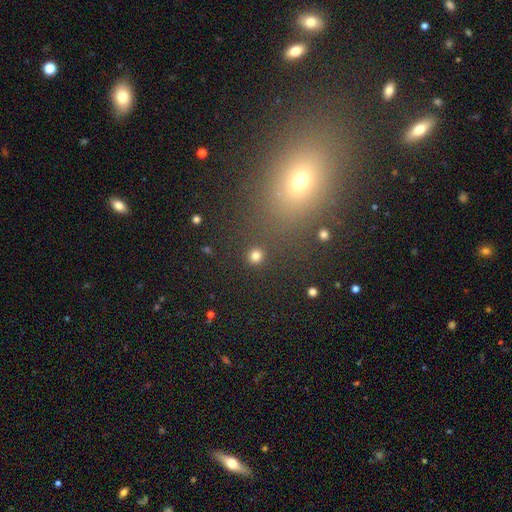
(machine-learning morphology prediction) Smooth or featured: smooth — 81% (star or artifact — 15%)
How rounded: round — 92% (in between — 7%)
Merging: none — 90% (minor disturbance — 5%)